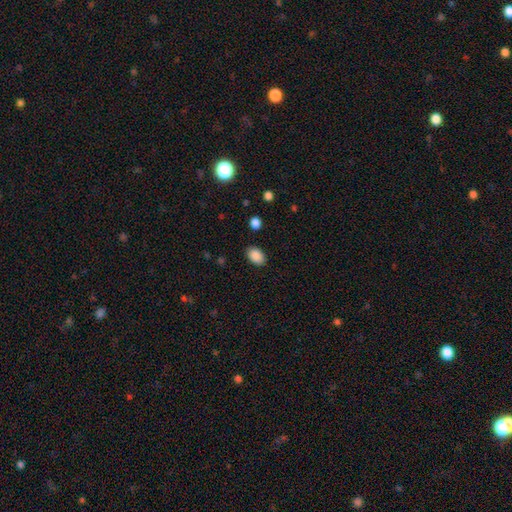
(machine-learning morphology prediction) Smooth or featured? Predicted: smooth (p=0.89). How rounded? Predicted: in between (p=0.85). Merging? Predicted: none (p=0.87).